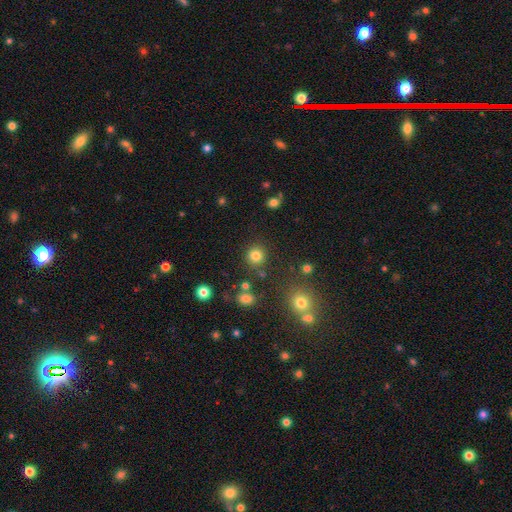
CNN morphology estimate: smooth-or-featured: smooth: 82% | star or artifact: 13% | featured or disk: 5%
  how-rounded: round: 92% | in between: 7% | cigar-shaped: 1%
  merging: none: 86% | minor disturbance: 7% | merger: 4% | major disturbance: 3%